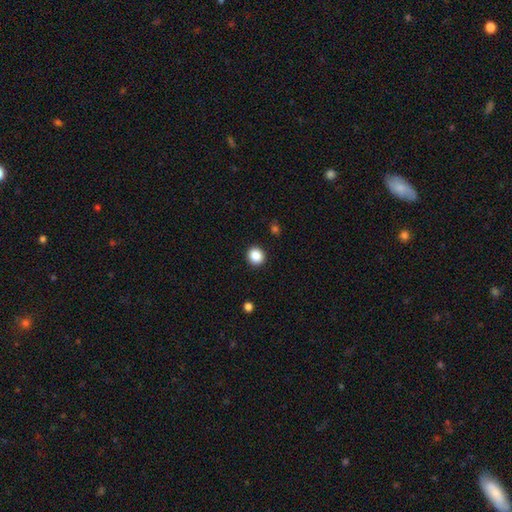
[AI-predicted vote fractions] This appears to be a smooth galaxy with no disk features (87%) that is round (86%). Merging: none (92%).